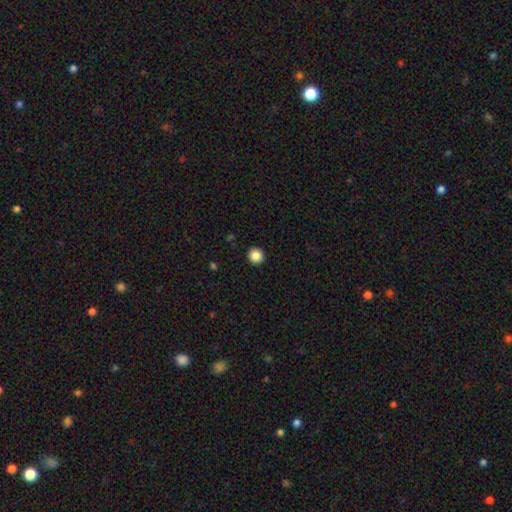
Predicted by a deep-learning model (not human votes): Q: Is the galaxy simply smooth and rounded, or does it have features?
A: smooth — 87%.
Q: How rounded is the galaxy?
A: round — 95%.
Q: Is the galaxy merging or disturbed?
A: none — 93%.